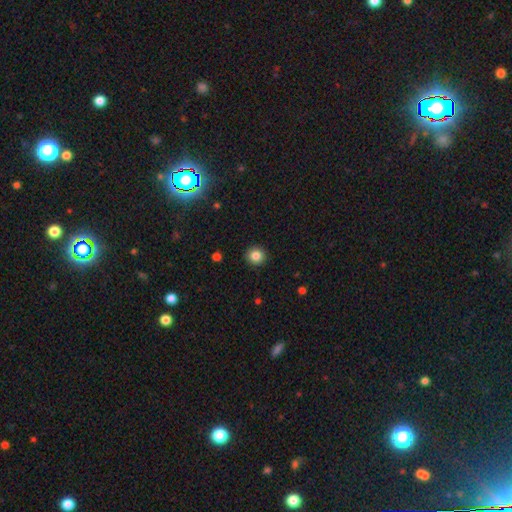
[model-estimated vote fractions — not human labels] Morphology: type=smooth (84%); roundness=round (92%); merging=none (92%).